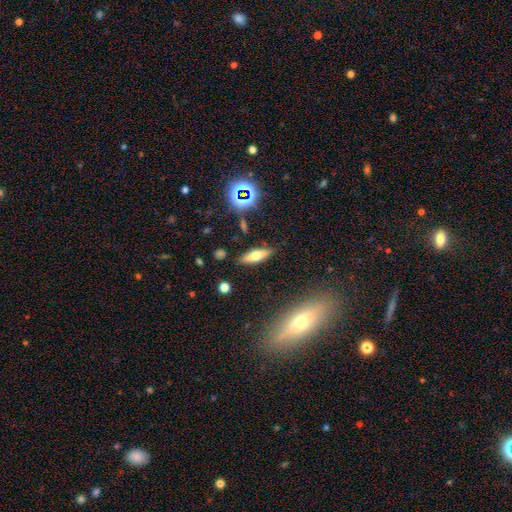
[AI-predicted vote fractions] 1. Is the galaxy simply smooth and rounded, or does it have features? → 58% smooth, 30% featured or disk, 12% star or artifact.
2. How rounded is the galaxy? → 51% in between, 46% cigar-shaped, 3% round.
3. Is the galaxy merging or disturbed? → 85% none, 10% minor disturbance, 3% major disturbance, 2% merger.